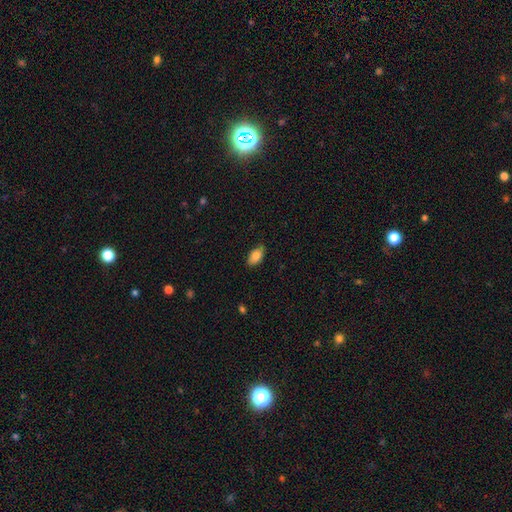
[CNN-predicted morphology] Smooth or featured?
  - smooth: 84% *
  - featured or disk: 9%
  - star or artifact: 7%
How rounded?
  - in between: 92% *
  - round: 4%
  - cigar-shaped: 3%
Merging?
  - none: 78% *
  - minor disturbance: 18%
  - major disturbance: 3%
  - merger: 1%